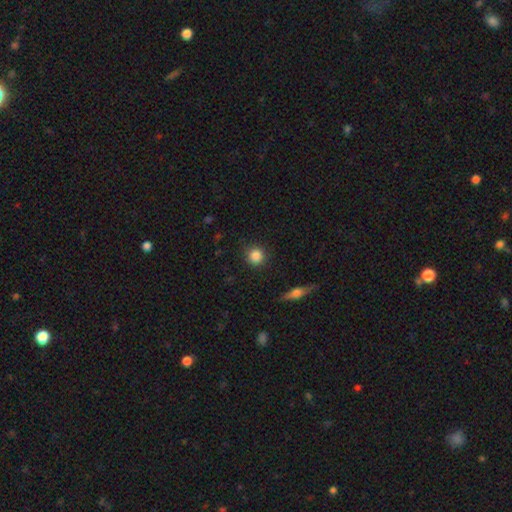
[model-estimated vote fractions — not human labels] smooth 85%, star or artifact 9%, featured or disk 5%. Down the decision tree: how rounded — round (93%); merging — none (90%).